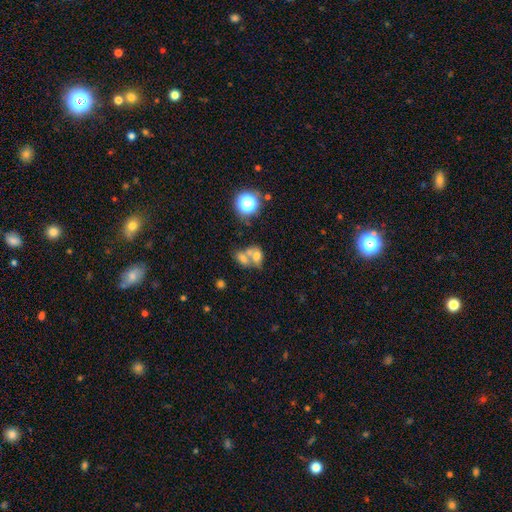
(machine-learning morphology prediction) The model was most divided on "how rounded": in between: 67%, round: 30%, cigar-shaped: 2%. More confident: merging — merger (65%); smooth or featured — smooth (62%).